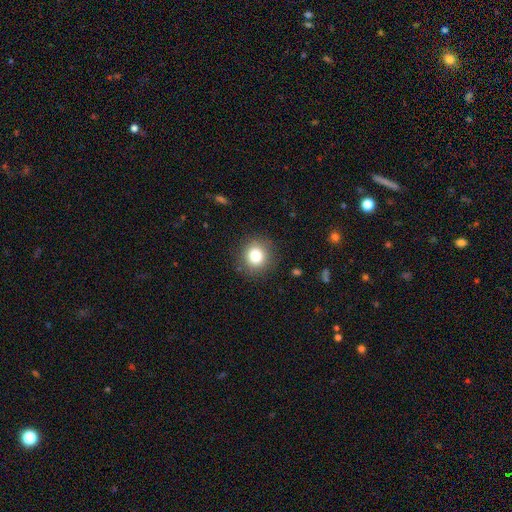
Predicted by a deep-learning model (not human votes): This is clearly a smooth galaxy (81%). How rounded: clearly round (89%). Merging: clearly none (88%).